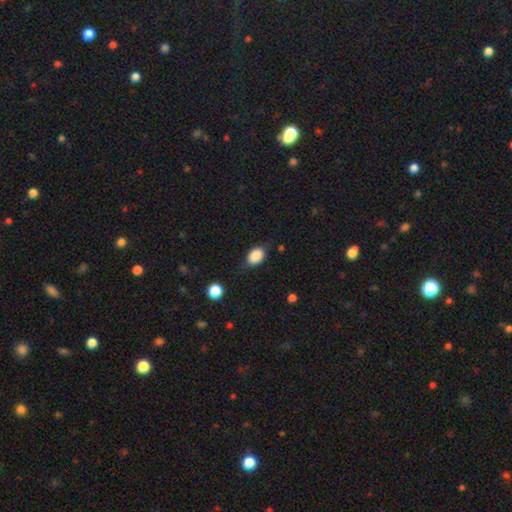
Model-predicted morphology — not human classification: This appears to be a smooth galaxy with no disk features (86%) that is in between round and cigar-shaped (80%). Merging: none (71%).